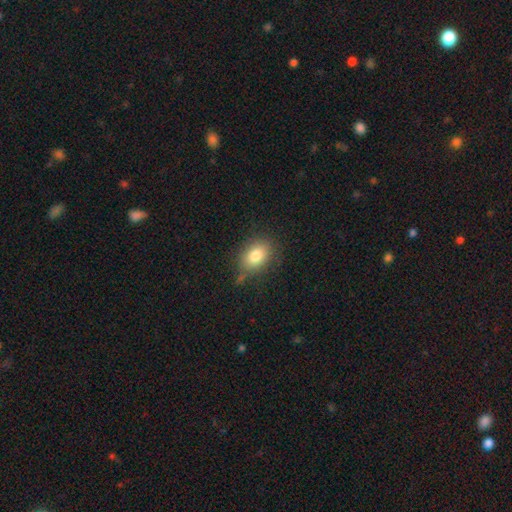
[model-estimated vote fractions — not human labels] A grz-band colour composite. It shows a smooth galaxy with no disk features (80%) that is in between round and cigar-shaped (72%). Merging: none (72%).